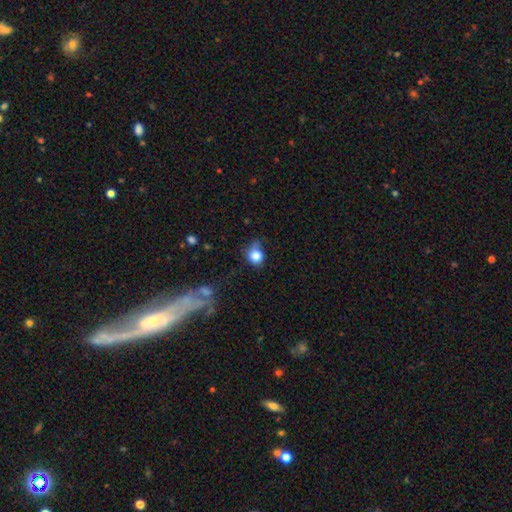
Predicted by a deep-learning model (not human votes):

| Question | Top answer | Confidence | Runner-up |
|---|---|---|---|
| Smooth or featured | smooth | 81% | star or artifact (10%) |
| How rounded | round | 73% | in between (26%) |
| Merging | none | 46% | minor disturbance (33%) |